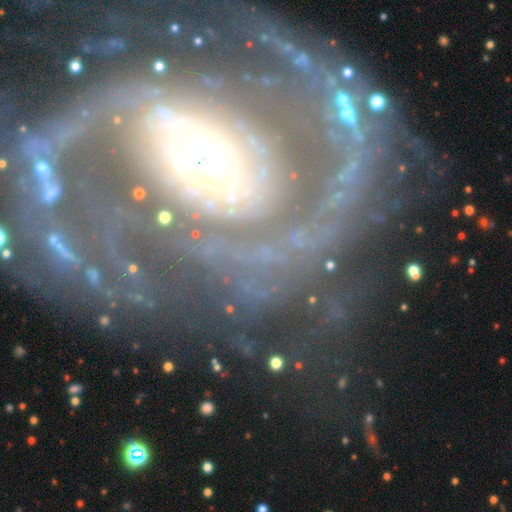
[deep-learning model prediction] Overall: featured or disk (90%). Edge-on disk: no (97%). Bar: no (50%; weak 27%). Spiral arms: yes (95%). Spiral arm count: 2 (54%). Spiral winding: tight (42%; medium 41%). Bulge size: moderate (57%; large 19%). Merging: none (62%).